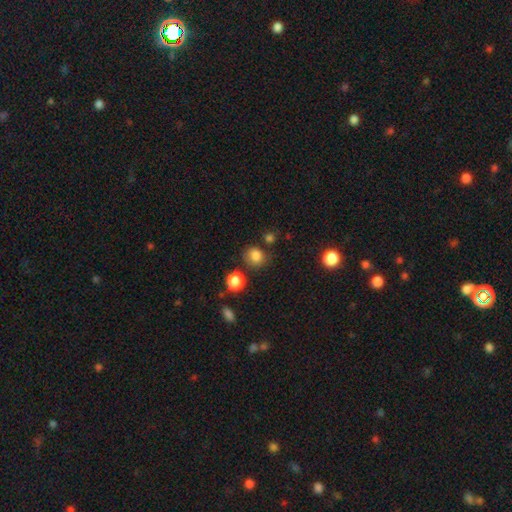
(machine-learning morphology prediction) A smooth galaxy with no disk features (83%) that is round (76%). Merging: none (73%).